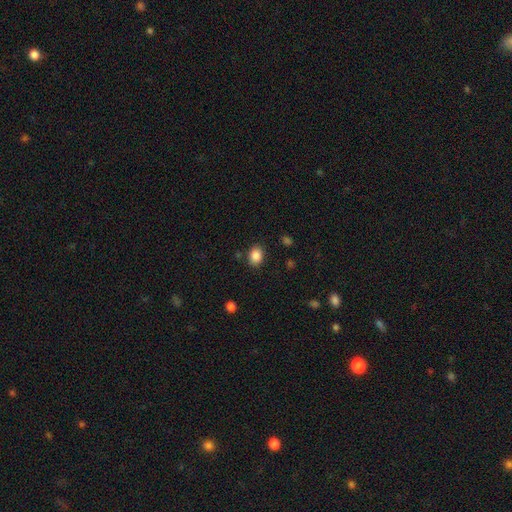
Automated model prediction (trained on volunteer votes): Smooth or featured: smooth — 86% (star or artifact — 9%)
How rounded: in between — 58% (round — 41%)
Merging: none — 84% (minor disturbance — 10%)